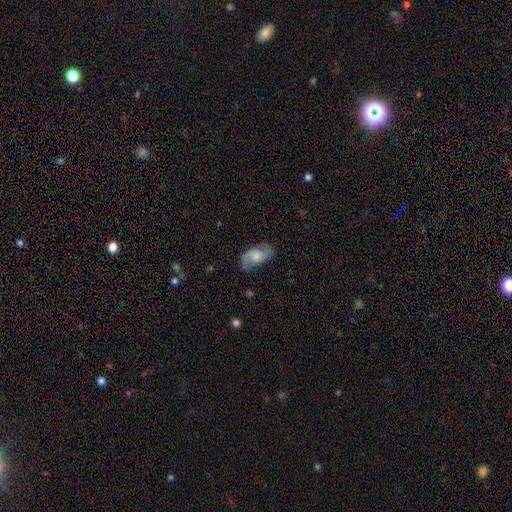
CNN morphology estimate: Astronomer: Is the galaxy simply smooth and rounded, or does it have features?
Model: featured or disk — 52% (runner-up: smooth, 40%).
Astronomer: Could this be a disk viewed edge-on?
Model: no — 93%.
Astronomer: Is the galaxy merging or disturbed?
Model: none — 70%.